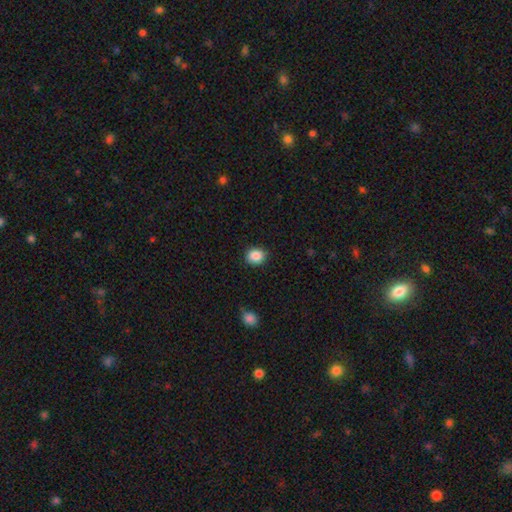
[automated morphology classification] Overall: smooth (87%). How rounded: round (68%; in between 31%). Merging: none (87%).